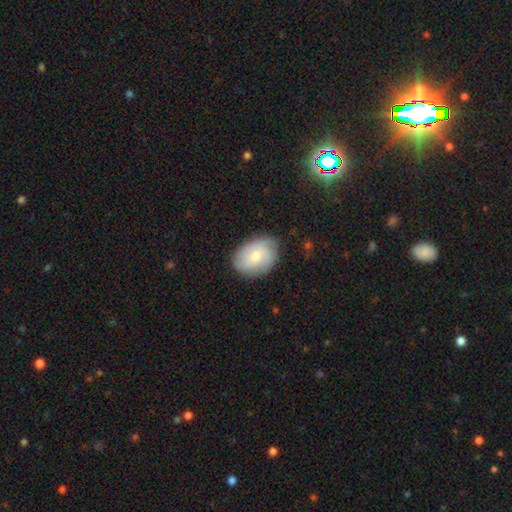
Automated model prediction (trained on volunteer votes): Morphology: type=smooth (64%); roundness=in between (72%); merging=none (74%).